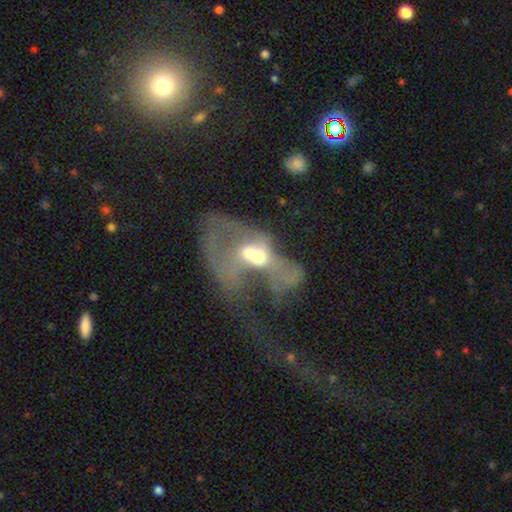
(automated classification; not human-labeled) This is possibly a featured or disk galaxy (59%). It is clearly not viewed edge-on (95%). Bar: likely no (79%). Spiral arm pattern: likely no (75%). Central bulge: possibly moderate (60%). Merging: likely merger (63%).